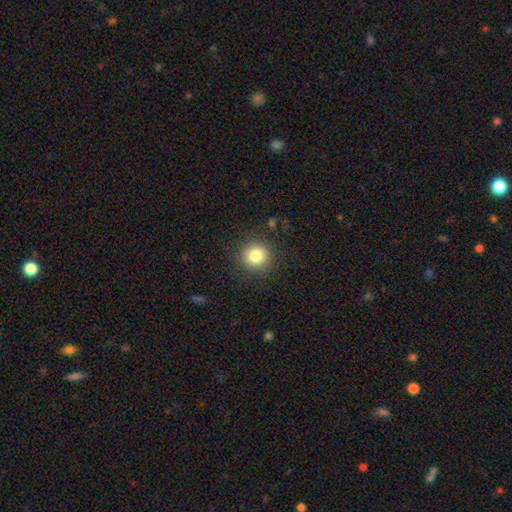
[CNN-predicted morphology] Q: Smooth or featured?
A: smooth (83%); runner-up: star or artifact (11%)
Q: How rounded?
A: round (93%); runner-up: in between (6%)
Q: Merging?
A: none (89%); runner-up: minor disturbance (7%)